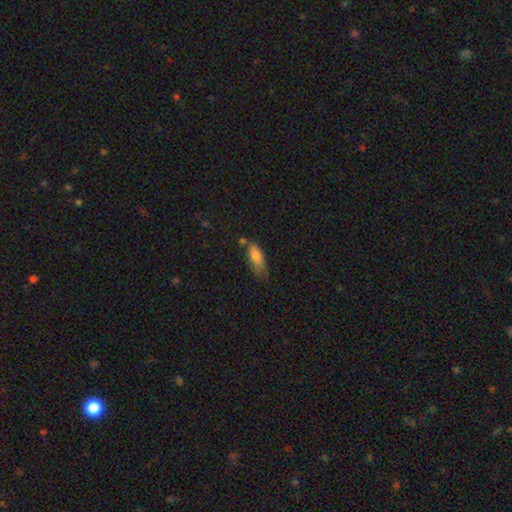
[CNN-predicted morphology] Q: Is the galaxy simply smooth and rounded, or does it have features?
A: smooth — 79%.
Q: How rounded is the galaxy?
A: in between — 72%.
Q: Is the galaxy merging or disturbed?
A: none — 45%.